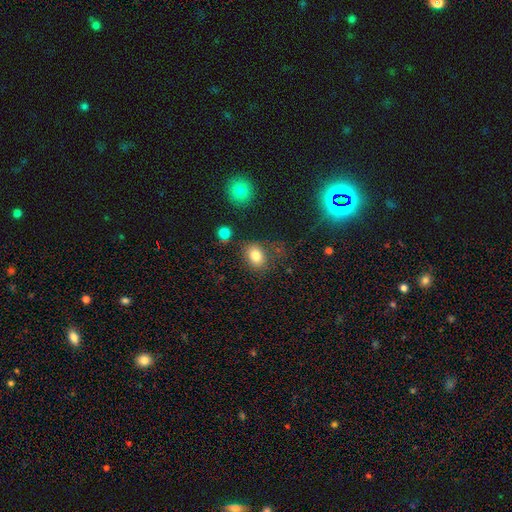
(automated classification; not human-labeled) smooth_or_featured: smooth (p=0.82) [alt: star or artifact p=0.10]
how_rounded: in between (p=0.61) [alt: round p=0.38]
merging: none (p=0.75) [alt: minor disturbance p=0.15]